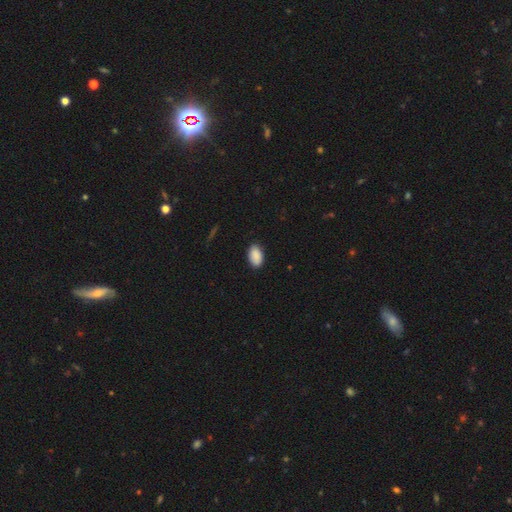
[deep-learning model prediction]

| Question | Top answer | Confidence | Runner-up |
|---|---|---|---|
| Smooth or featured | smooth | 90% | star or artifact (7%) |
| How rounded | in between | 93% | round (5%) |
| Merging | none | 88% | minor disturbance (9%) |